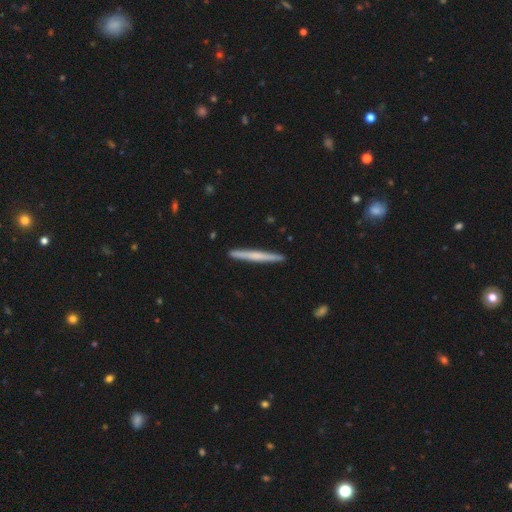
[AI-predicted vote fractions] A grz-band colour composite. It shows a smooth galaxy with no disk features (47%, tied with featured or disk). Merging: none (92%).